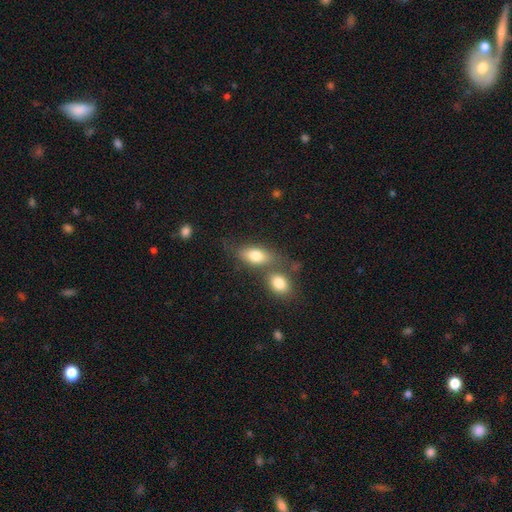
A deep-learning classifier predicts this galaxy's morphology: A smooth galaxy with no disk features (78%) that is in between round and cigar-shaped (83%). Merging: none (45%).